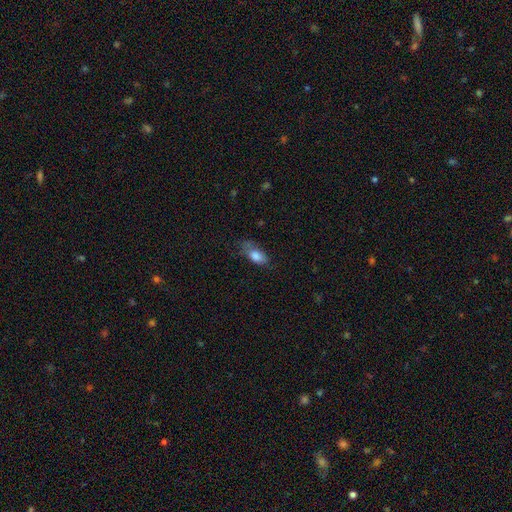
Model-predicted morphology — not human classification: This is clearly a smooth galaxy (81%). How rounded: clearly in between (86%). Merging: marginally none (45%).